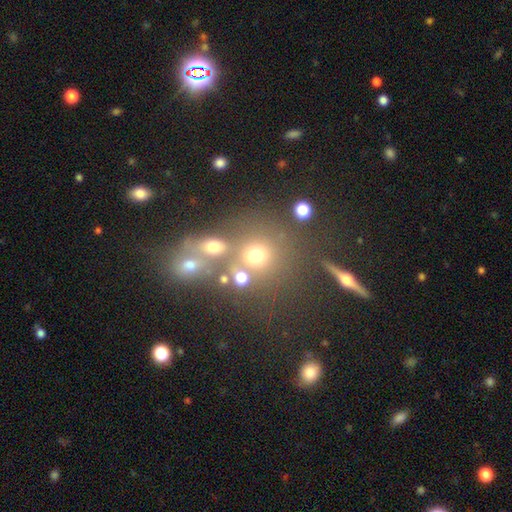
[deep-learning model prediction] Overall: smooth (65%). How rounded: round (84%). Merging: none (56%; merger 28%).